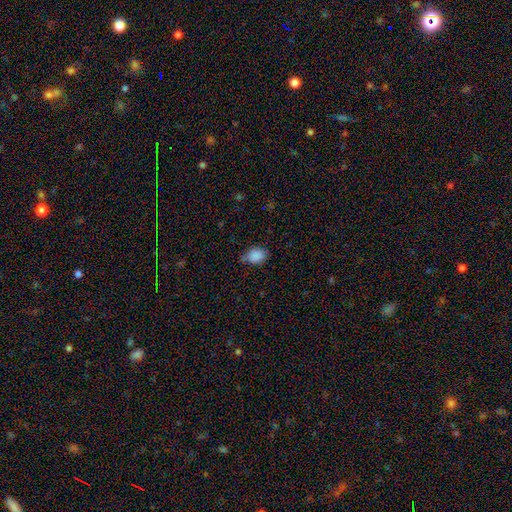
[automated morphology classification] Smooth or featured? smooth (86%)
How rounded? in between (63%)
Merging? none (58%)